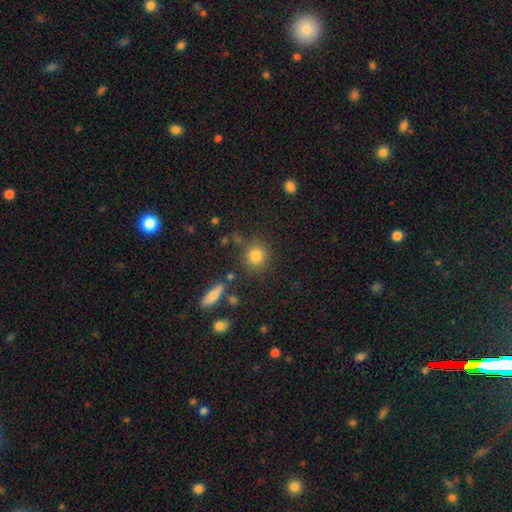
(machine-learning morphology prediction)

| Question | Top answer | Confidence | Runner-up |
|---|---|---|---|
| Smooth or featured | smooth | 81% | star or artifact (11%) |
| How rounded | round | 85% | in between (14%) |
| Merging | none | 79% | minor disturbance (11%) |